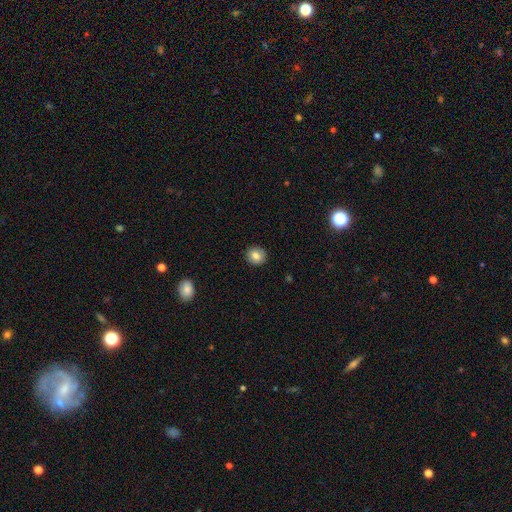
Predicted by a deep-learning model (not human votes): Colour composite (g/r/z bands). It shows a smooth galaxy with no disk features (82%) that is round (84%). Merging: none (91%).